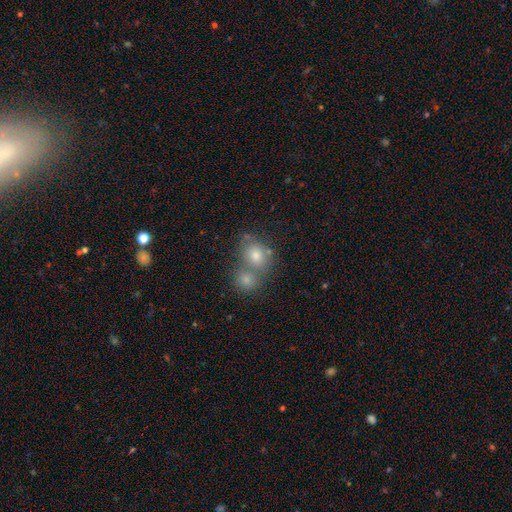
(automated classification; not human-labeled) Smooth or featured? smooth (70%)
How rounded? round (69%)
Merging? merger (49%)